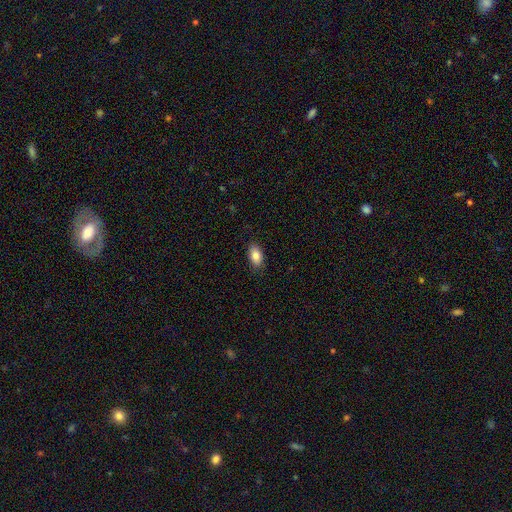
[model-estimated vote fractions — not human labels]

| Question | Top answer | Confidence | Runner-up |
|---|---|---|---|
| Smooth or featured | smooth | 85% | featured or disk (8%) |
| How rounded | in between | 91% | round (6%) |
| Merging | none | 87% | minor disturbance (10%) |